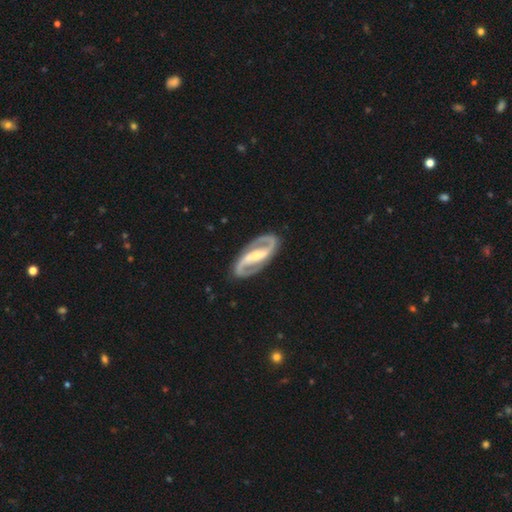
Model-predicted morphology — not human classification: A featured or disk galaxy (93%) with a strong bar (63%), 2 (94%) medium (54%) spiral arms (97%) and a moderate central bulge (49%).

Vote fractions:
- Smooth or featured? featured or disk: 93% / smooth: 4% / star or artifact: 3%
- Edge-on disk? no: 97% / yes: 3%
- Bar? strong: 63% / weak: 24% / no: 12%
- Spiral arms? yes: 97% / no: 3%
- Spiral winding? medium: 54% / tight: 30% / loose: 16%
- Spiral arm count? 2: 94% / can't tell: 2% / 1: 1% / 3: 1% / 4: 1% / more than 4: 1%
- Bulge size? moderate: 49% / small: 43% / large: 4% / none: 3% / dominant: 1%
- Merging? none: 88% / minor disturbance: 8% / major disturbance: 2% / merger: 1%